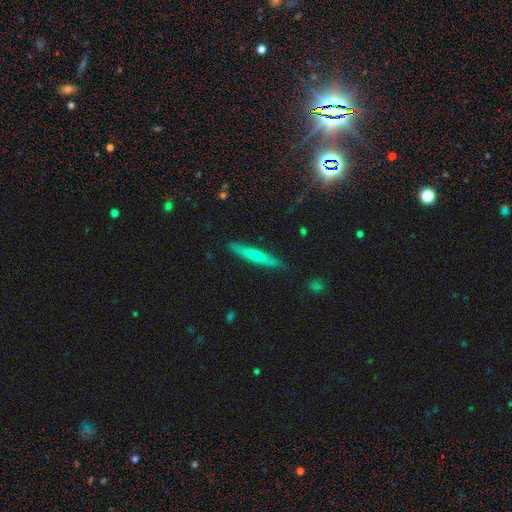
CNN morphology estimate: Q: Smooth or featured?
A: smooth (49%); runner-up: featured or disk (44%)
Q: Merging?
A: none (86%); runner-up: minor disturbance (11%)